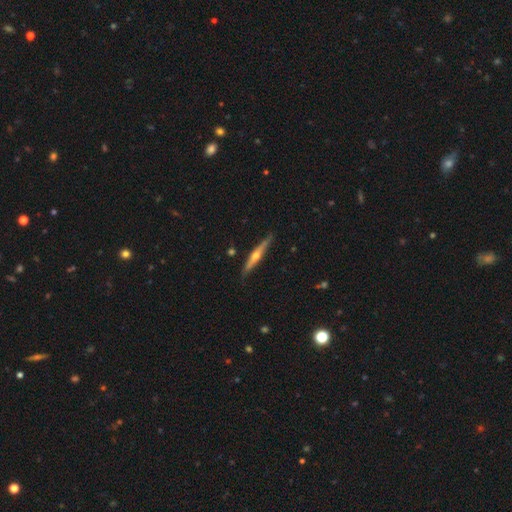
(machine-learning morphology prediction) Smooth or featured: featured or disk — 72% (smooth — 23%)
Edge-on disk: yes — 98% (no — 2%)
Edge-on bulge: rounded — 92% (none — 5%)
Merging: none — 87% (minor disturbance — 10%)